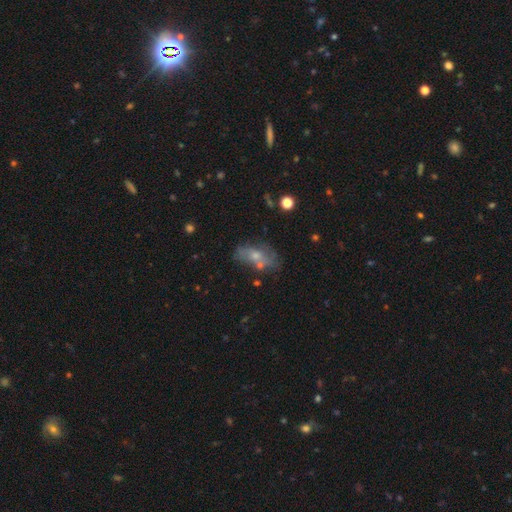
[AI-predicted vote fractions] A smooth galaxy with no disk features (45%).

Vote fractions:
- Smooth or featured? smooth: 45% / featured or disk: 43% / star or artifact: 12%
- Merging? none: 44% / minor disturbance: 24% / merger: 17% / major disturbance: 16%